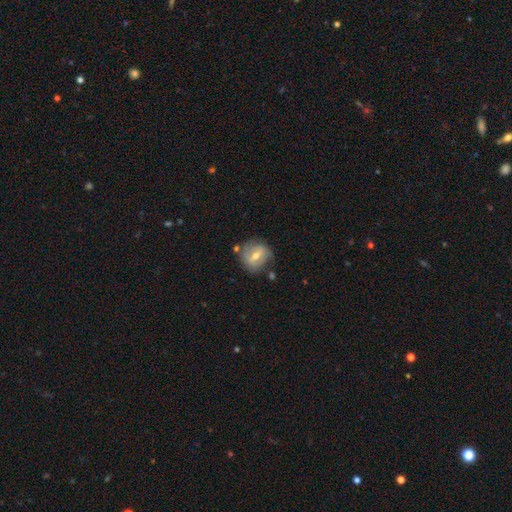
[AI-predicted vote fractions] The model was most divided on "smooth or featured": featured or disk: 47%, smooth: 43%, star or artifact: 10%. More confident: merging — none (72%).